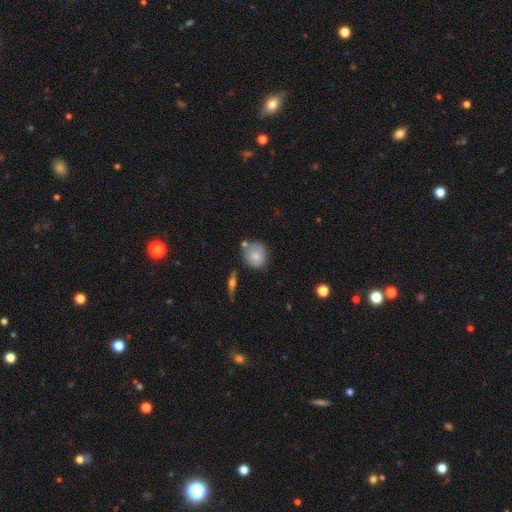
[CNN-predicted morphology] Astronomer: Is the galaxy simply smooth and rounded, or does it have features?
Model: smooth — 78%.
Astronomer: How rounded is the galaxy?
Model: round — 78%.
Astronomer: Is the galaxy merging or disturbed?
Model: none — 67%.